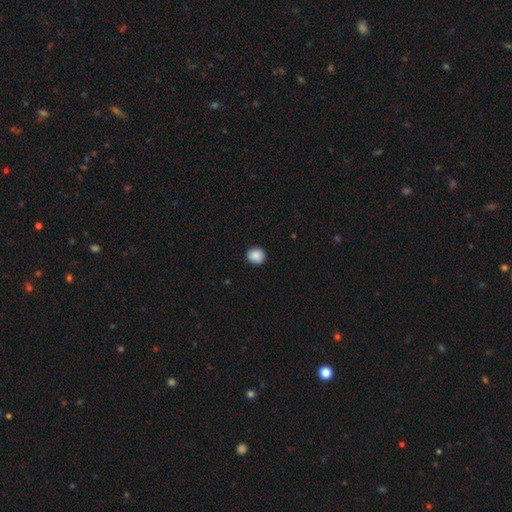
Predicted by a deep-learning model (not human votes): smooth_or_featured: smooth (p=0.88) [alt: star or artifact p=0.08]
how_rounded: round (p=0.85) [alt: in between p=0.14]
merging: none (p=0.91) [alt: minor disturbance p=0.07]